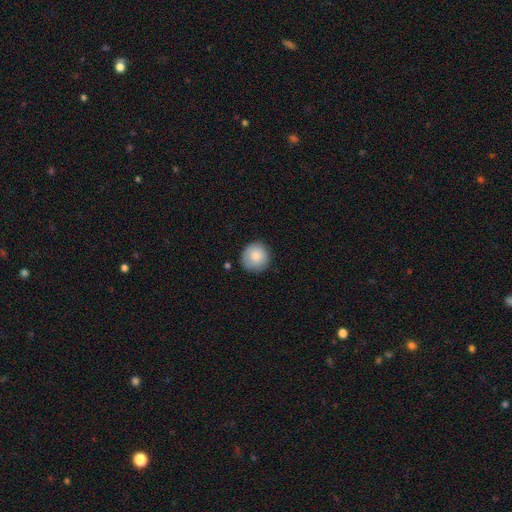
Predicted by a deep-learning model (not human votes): Smooth or featured? smooth (84%)
How rounded? round (93%)
Merging? none (84%)